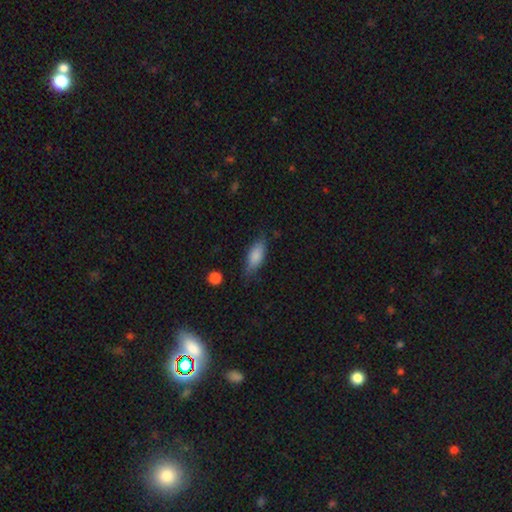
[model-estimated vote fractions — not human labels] smooth 84%, featured or disk 10%, star or artifact 7%. Down the decision tree: how rounded — in between (80%); merging — none (70%).